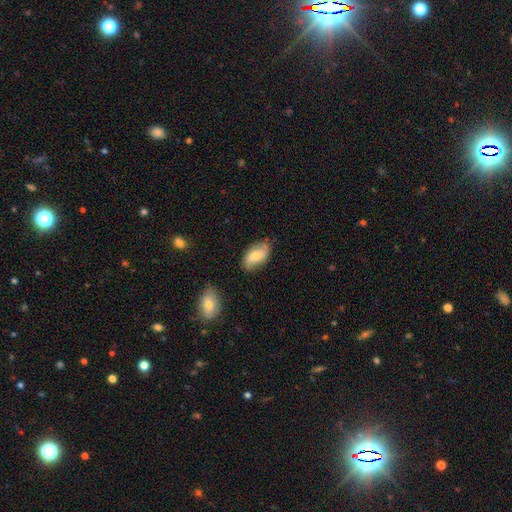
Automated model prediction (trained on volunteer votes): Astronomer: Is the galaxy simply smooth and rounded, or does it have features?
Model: smooth — 62%.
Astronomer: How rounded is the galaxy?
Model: in between — 92%.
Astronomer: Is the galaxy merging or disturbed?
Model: none — 73%.